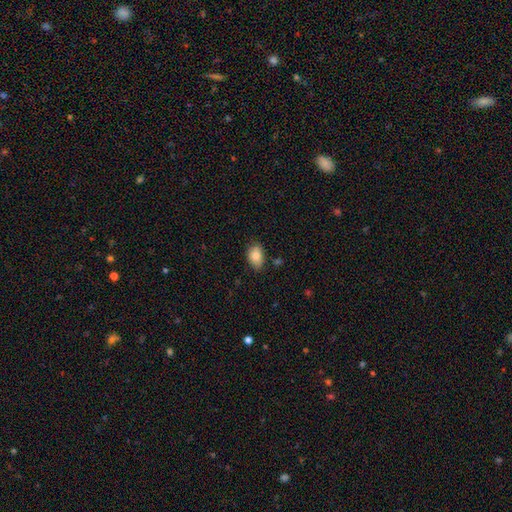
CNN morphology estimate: The model was most divided on "merging": none: 76%, minor disturbance: 18%, major disturbance: 3%, merger: 2%. More confident: how rounded — in between (86%); smooth or featured — smooth (86%).